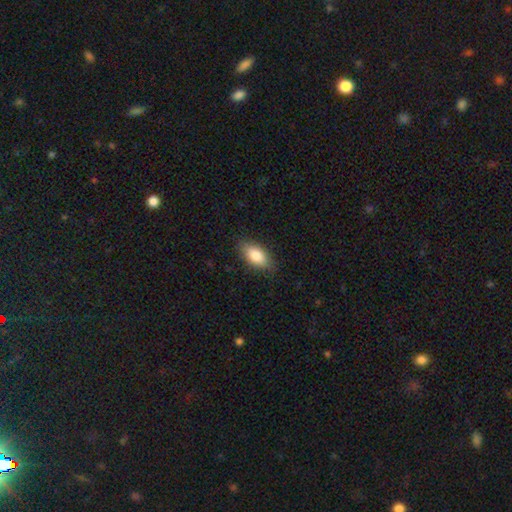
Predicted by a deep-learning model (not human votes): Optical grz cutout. It shows a smooth galaxy with no disk features (83%) that is in between round and cigar-shaped (90%). Merging: none (84%).